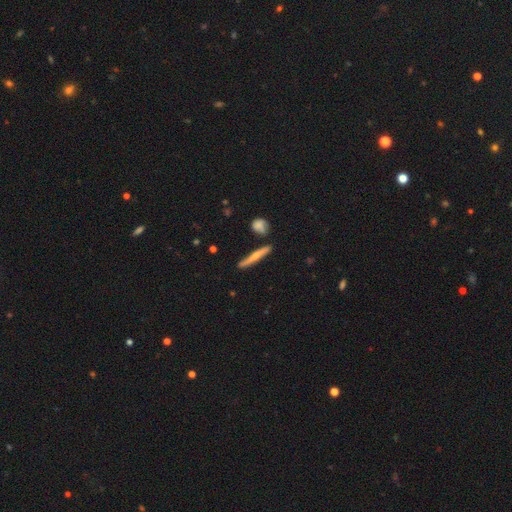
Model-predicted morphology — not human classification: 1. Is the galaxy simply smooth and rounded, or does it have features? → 47% featured or disk (tied), 47% smooth (tied), 6% star or artifact.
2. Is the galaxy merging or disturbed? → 82% none, 12% minor disturbance, 4% merger, 2% major disturbance.